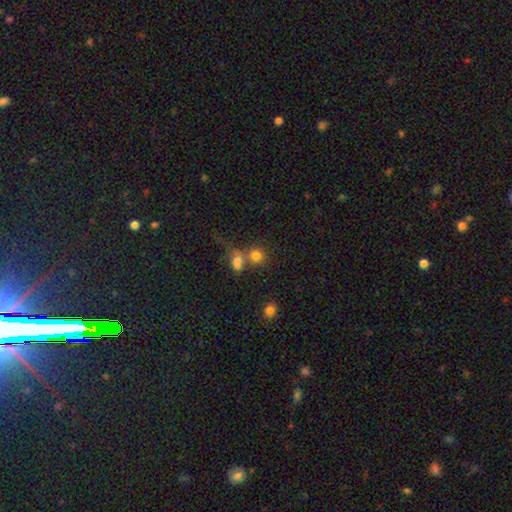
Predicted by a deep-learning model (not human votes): smooth 77%, star or artifact 13%, featured or disk 10%. Down the decision tree: how rounded — round (81%); merging — merger (42%, tied with none).